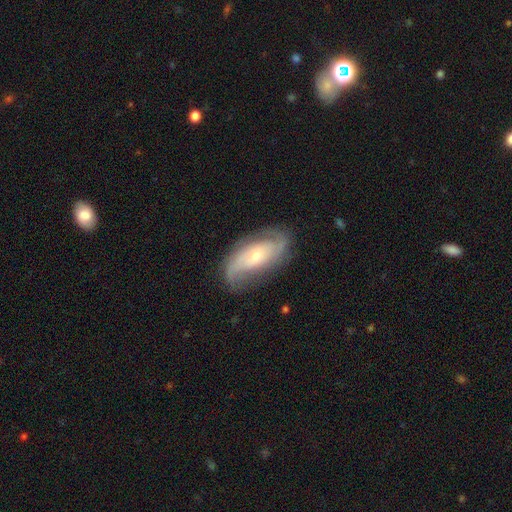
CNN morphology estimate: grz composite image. It shows a featured or disk galaxy (78%) with no bar (57%), 2 (78%) medium (41%) spiral arms (92%) and a small central bulge (58%). Merging: none (74%).